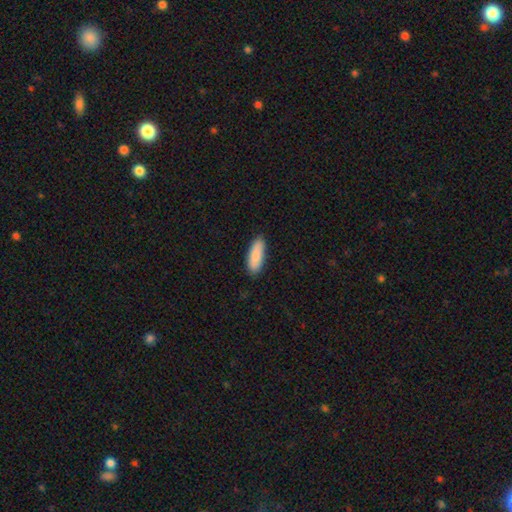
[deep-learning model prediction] The model was most divided on "how rounded": in between: 68%, cigar-shaped: 31%, round: 2%. More confident: smooth or featured — smooth (89%); merging — none (86%).